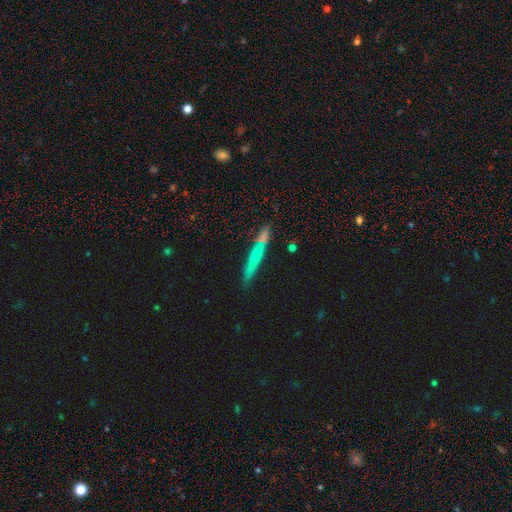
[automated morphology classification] A smooth galaxy with no disk features (61%) that is cigar-shaped (93%).

Vote fractions:
- Smooth or featured? smooth: 61% / featured or disk: 29% / star or artifact: 11%
- How rounded? cigar-shaped: 93% / in between: 5% / round: 2%
- Merging? none: 73% / minor disturbance: 15% / merger: 8% / major disturbance: 4%